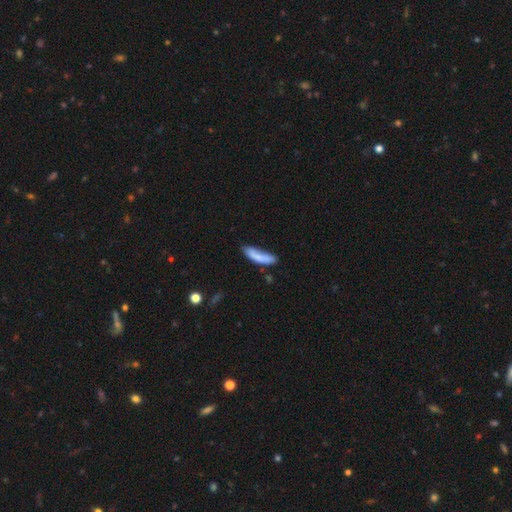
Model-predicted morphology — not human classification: type=smooth (75%); roundness=cigar-shaped (64%); merging=none (48%).